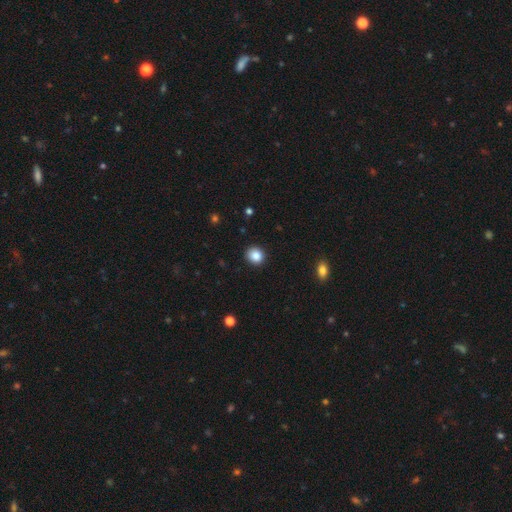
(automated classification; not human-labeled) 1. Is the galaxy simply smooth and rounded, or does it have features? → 87% smooth, 10% star or artifact, 4% featured or disk.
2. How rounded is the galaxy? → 83% round, 16% in between, 1% cigar-shaped.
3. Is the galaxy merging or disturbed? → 91% none, 6% minor disturbance, 2% major disturbance, 1% merger.